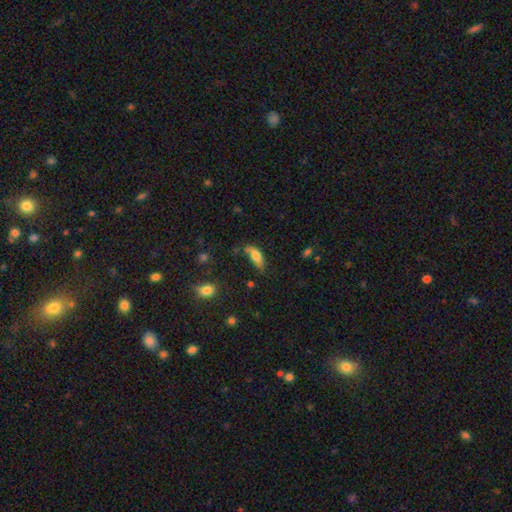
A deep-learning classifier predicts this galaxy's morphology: This is likely a smooth galaxy (72%). How rounded: likely in between (74%). Merging: marginally none (45%).